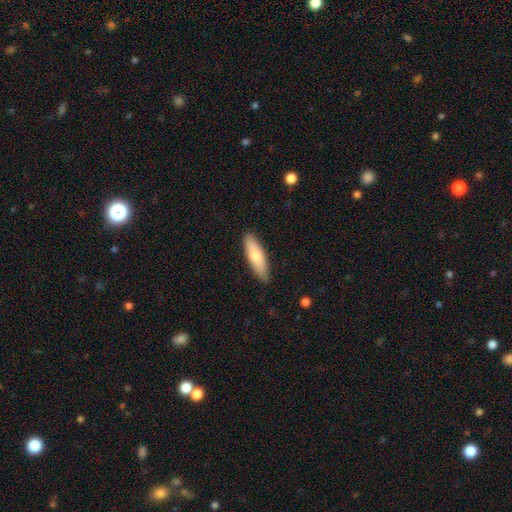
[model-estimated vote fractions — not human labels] This appears to be a smooth galaxy with no disk features (73%) that is cigar-shaped (54%). Merging: none (86%).